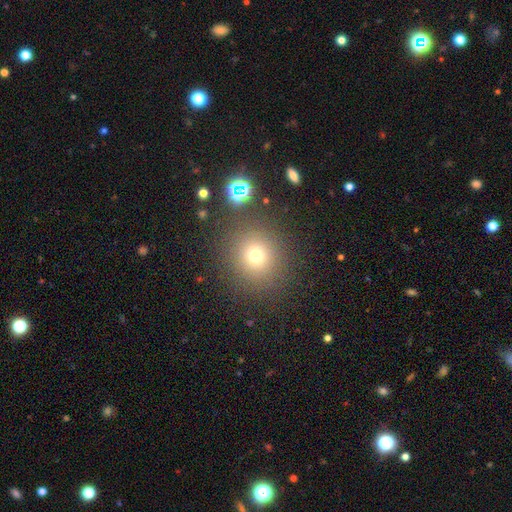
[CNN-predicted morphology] type=smooth (72%); roundness=round (91%); merging=none (86%).